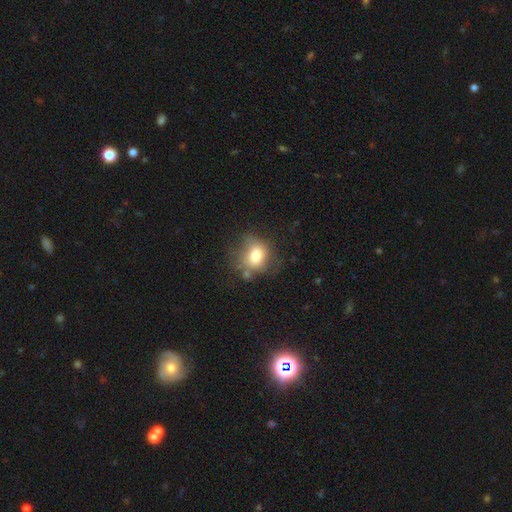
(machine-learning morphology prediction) Overall: smooth (74%). How rounded: round (64%; in between 35%). Merging: none (52%; minor disturbance 27%).